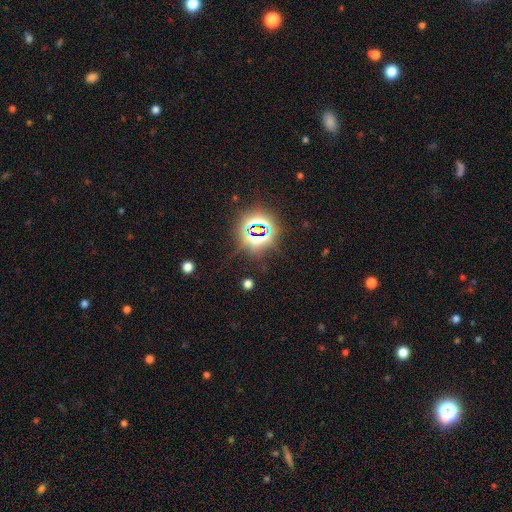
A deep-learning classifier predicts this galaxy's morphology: This is clearly a star or artifact rather than a galaxy (82%).